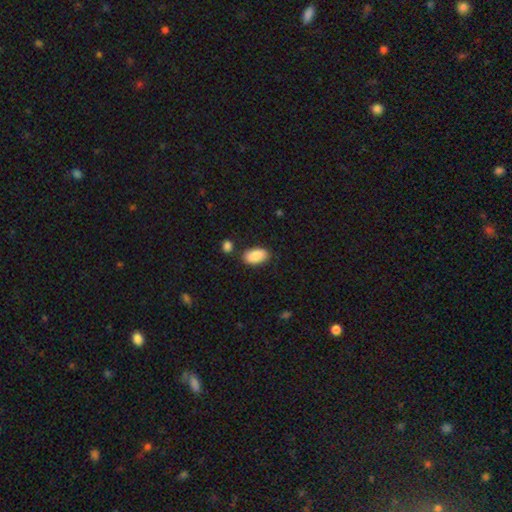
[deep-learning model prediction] A smooth galaxy with no disk features (89%) that is in between round and cigar-shaped (95%). Merging: none (82%).